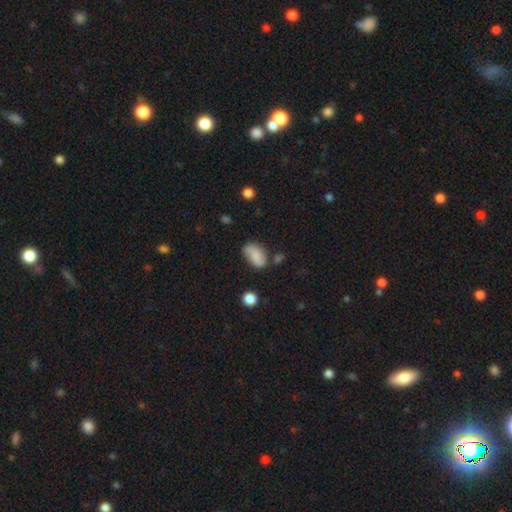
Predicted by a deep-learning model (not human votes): A smooth galaxy with no disk features (73%) that is in between round and cigar-shaped (88%).

Vote fractions:
- Smooth or featured? smooth: 73% / featured or disk: 18% / star or artifact: 9%
- How rounded? in between: 88% / round: 10% / cigar-shaped: 2%
- Merging? none: 58% / minor disturbance: 26% / major disturbance: 8% / merger: 7%